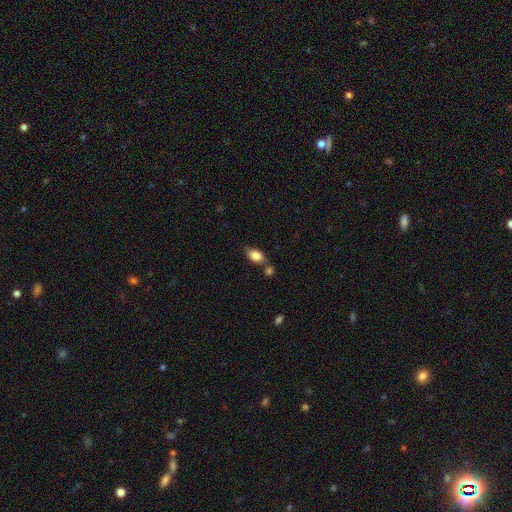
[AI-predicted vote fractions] The model was most divided on "merging": none: 61%, merger: 19%, minor disturbance: 16%, major disturbance: 4%. More confident: how rounded — in between (86%); smooth or featured — smooth (83%).